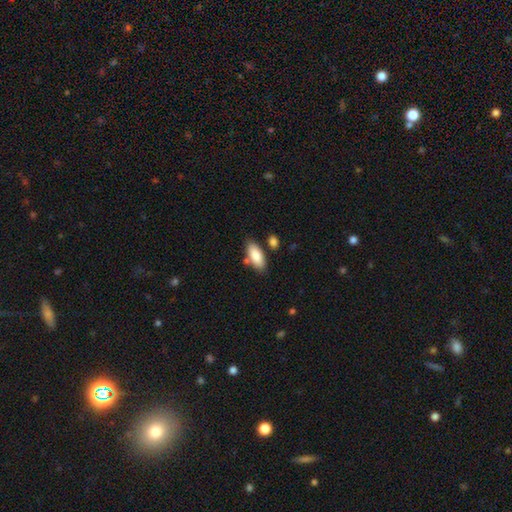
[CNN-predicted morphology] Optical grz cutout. It shows a smooth galaxy with no disk features (85%) that is in between round and cigar-shaped (85%). Merging: none (76%).